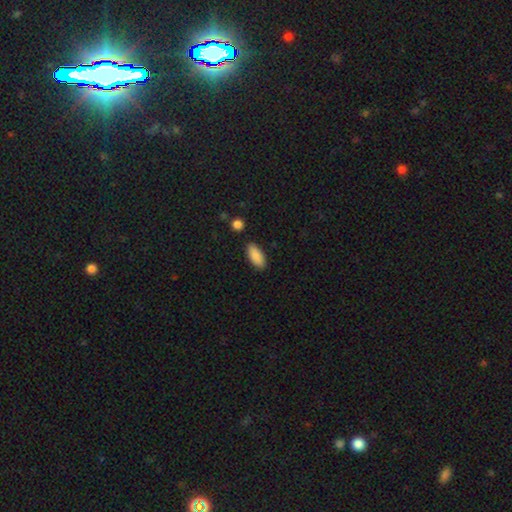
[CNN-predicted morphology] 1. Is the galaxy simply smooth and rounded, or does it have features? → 89% smooth, 6% star or artifact, 5% featured or disk.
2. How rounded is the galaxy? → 87% in between, 11% cigar-shaped, 2% round.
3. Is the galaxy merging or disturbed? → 86% none, 9% minor disturbance, 2% major disturbance, 2% merger.